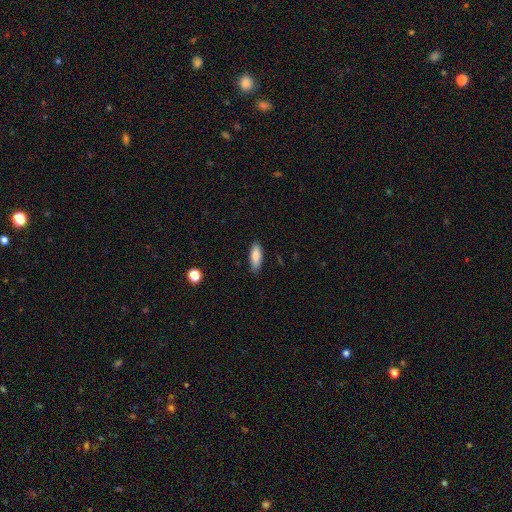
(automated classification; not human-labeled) Morphology: type=smooth (84%); roundness=in between (62%); merging=none (84%).